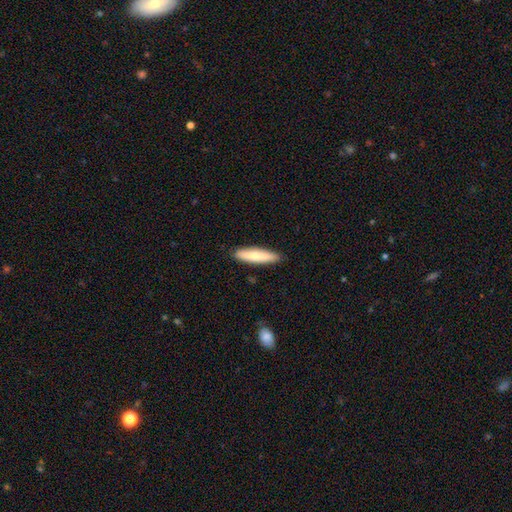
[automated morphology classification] Smooth or featured? smooth (72%)
How rounded? cigar-shaped (80%)
Merging? none (89%)